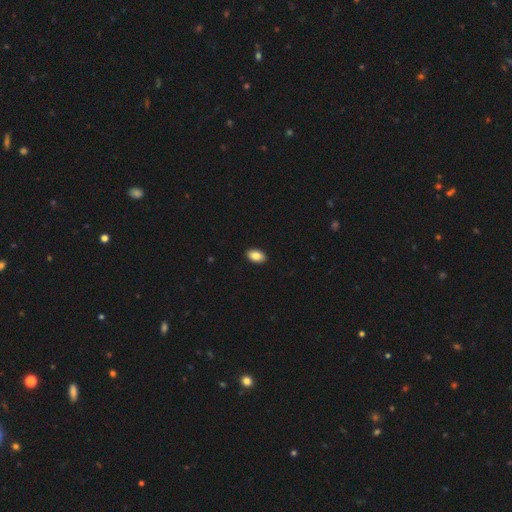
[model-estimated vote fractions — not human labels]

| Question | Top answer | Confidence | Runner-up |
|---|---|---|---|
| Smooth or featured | smooth | 87% | star or artifact (7%) |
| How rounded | in between | 92% | round (7%) |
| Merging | none | 91% | minor disturbance (6%) |